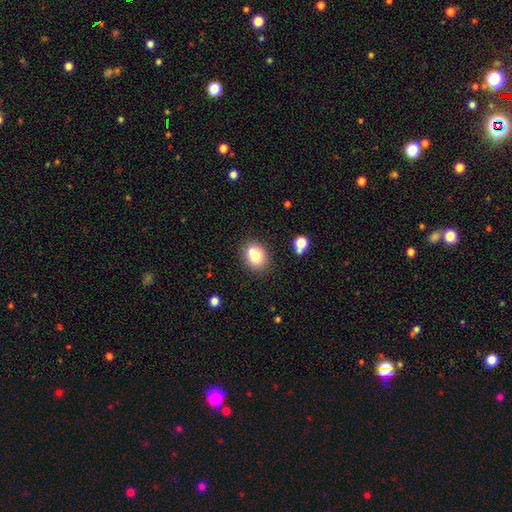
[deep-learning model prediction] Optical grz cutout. It shows a smooth galaxy with no disk features (74%) that is round (59%). Merging: none (62%).